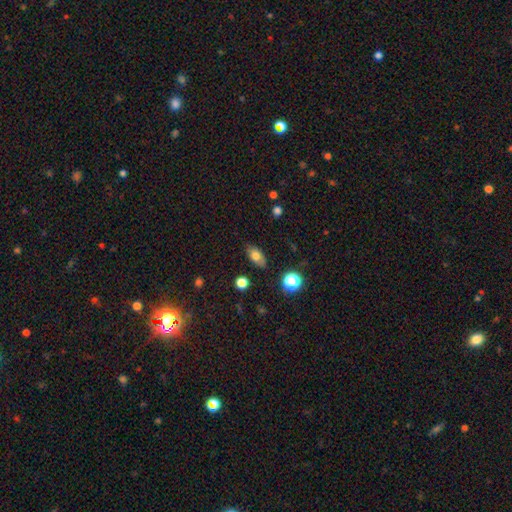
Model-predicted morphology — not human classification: smooth_or_featured: smooth (p=0.73) [alt: featured or disk p=0.16]
how_rounded: in between (p=0.86) [alt: round p=0.09]
merging: none (p=0.83) [alt: minor disturbance p=0.13]